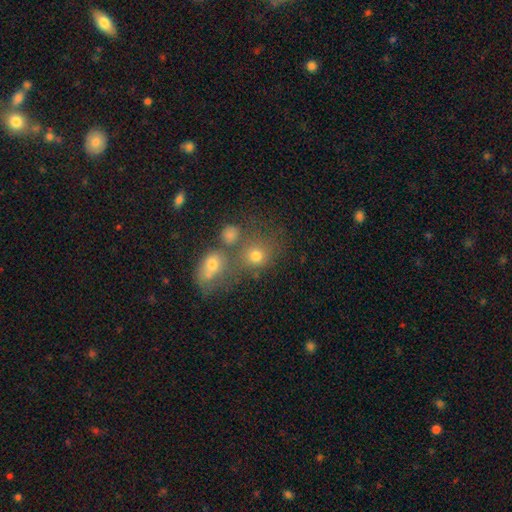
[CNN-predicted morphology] A smooth galaxy with no disk features (71%) that is round (72%).

Vote fractions:
- Smooth or featured? smooth: 71% / star or artifact: 16% / featured or disk: 13%
- How rounded? round: 72% / in between: 26% / cigar-shaped: 1%
- Merging? none: 44% / merger: 39% / minor disturbance: 10% / major disturbance: 7%